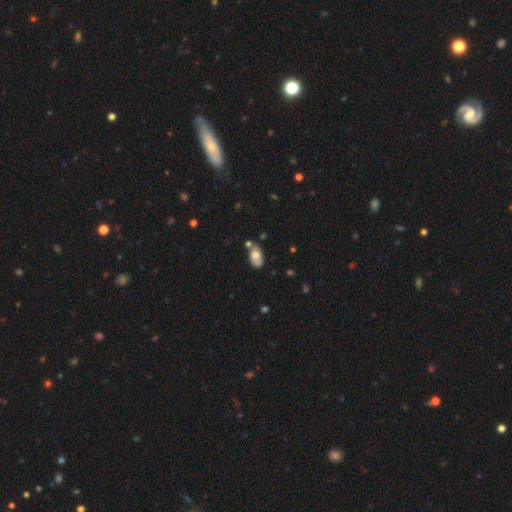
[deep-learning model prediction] Overall: smooth (72%). How rounded: in between (92%). Merging: none (58%; minor disturbance 22%).